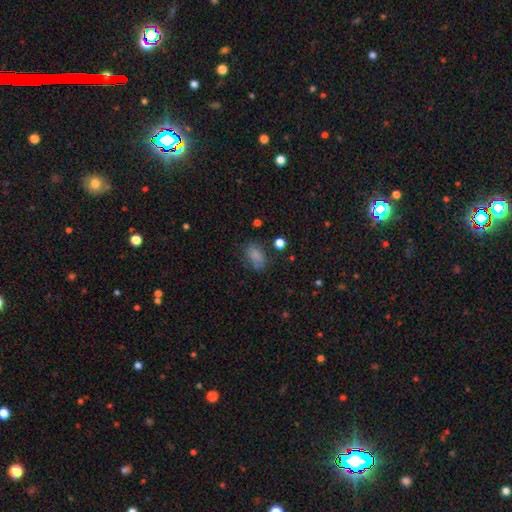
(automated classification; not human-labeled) Smooth or featured?
  - smooth: 80% *
  - star or artifact: 12%
  - featured or disk: 8%
How rounded?
  - in between: 84% *
  - round: 14%
  - cigar-shaped: 2%
Merging?
  - none: 66% *
  - minor disturbance: 22%
  - major disturbance: 9%
  - merger: 3%